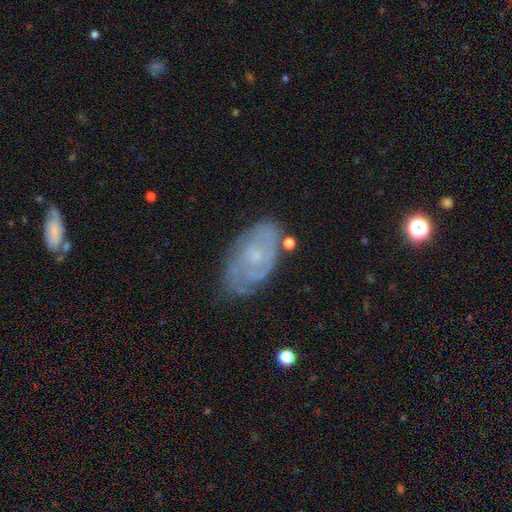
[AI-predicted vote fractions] This is likely a featured or disk galaxy (74%). It is clearly not viewed edge-on (95%). Bar: likely no (71%). Spiral arm pattern: clearly yes (86%). Spiral arm count: marginally 2 (40%). Spiral winding: possibly tight (59%). Central bulge: likely small (60%). Merging: likely none (72%).